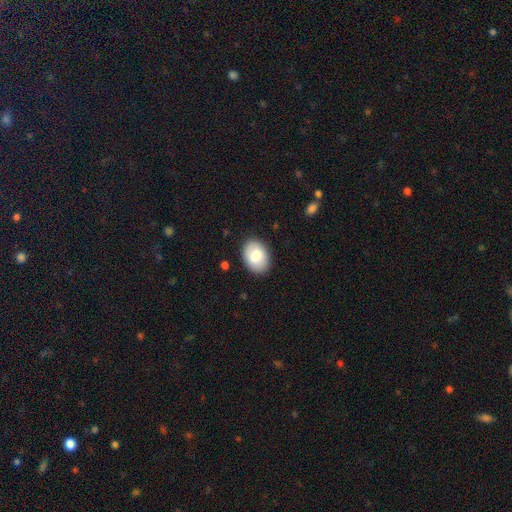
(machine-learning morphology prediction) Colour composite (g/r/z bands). It shows a smooth galaxy with no disk features (79%) that is in between round and cigar-shaped (80%). Merging: none (87%).